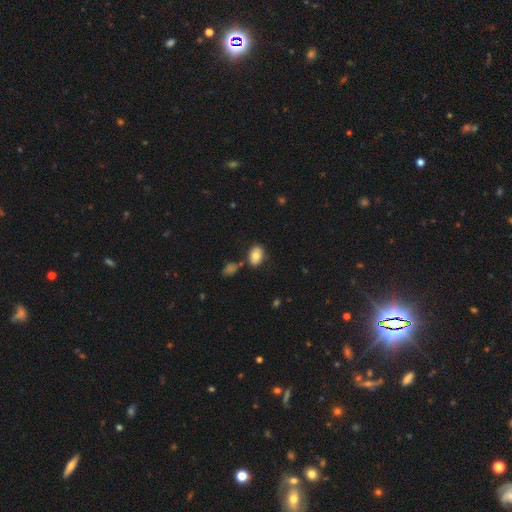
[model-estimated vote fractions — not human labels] A smooth galaxy with no disk features (79%) that is in between round and cigar-shaped (83%). Merging: none (75%).